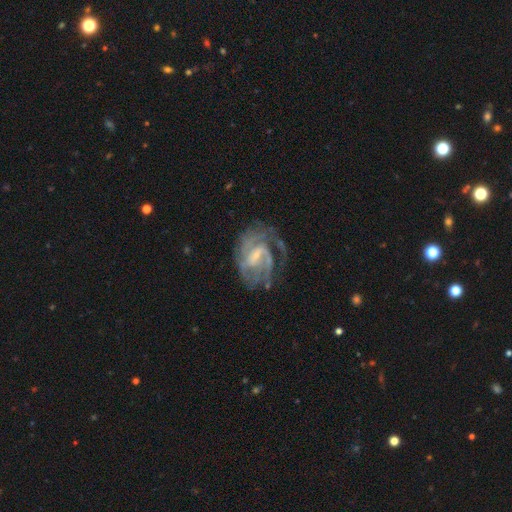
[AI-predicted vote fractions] smooth-or-featured: featured or disk: 86% | smooth: 8% | star or artifact: 6%
  disk-edge-on: no: 98% | yes: 2%
    bar: weak: 55% | no: 25% | strong: 19%
    has-spiral-arms: yes: 94% | no: 6%
      spiral-winding: tight: 44% | medium: 43% | loose: 13%
      spiral-arm-count: 2: 39% | can't tell: 26% | 3: 19% | 1: 7% | 4: 6% | more than 4: 4%
    bulge-size: small: 61% | moderate: 24% | none: 12% | large: 2% | dominant: 1%
  merging: none: 56% | major disturbance: 21% | minor disturbance: 21% | merger: 2%